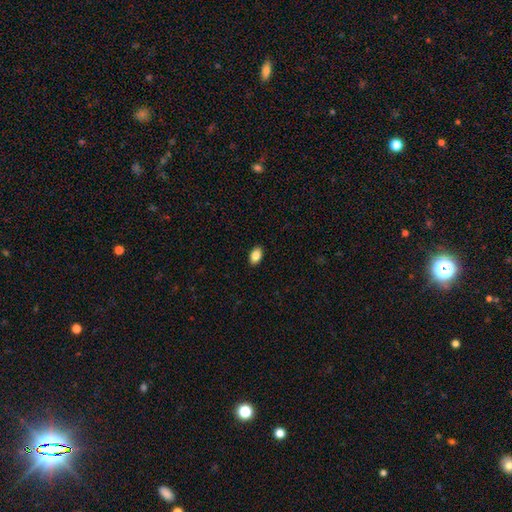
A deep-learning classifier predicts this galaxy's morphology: smooth-or-featured: smooth: 88% | star or artifact: 8% | featured or disk: 5%
  how-rounded: in between: 90% | round: 9% | cigar-shaped: 2%
  merging: none: 89% | minor disturbance: 8% | major disturbance: 2% | merger: 1%